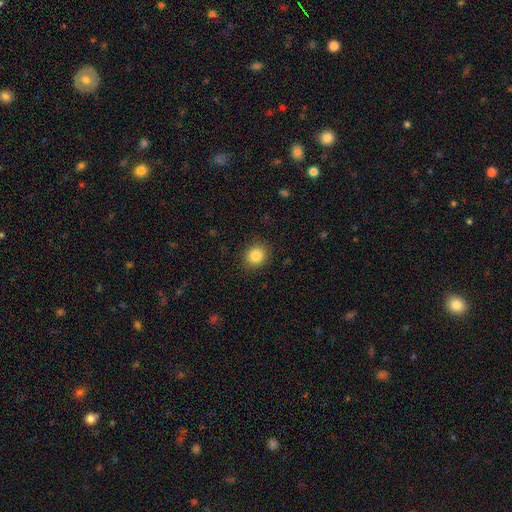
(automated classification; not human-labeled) Smooth or featured: smooth — 85% (star or artifact — 10%)
How rounded: round — 80% (in between — 19%)
Merging: none — 88% (minor disturbance — 8%)